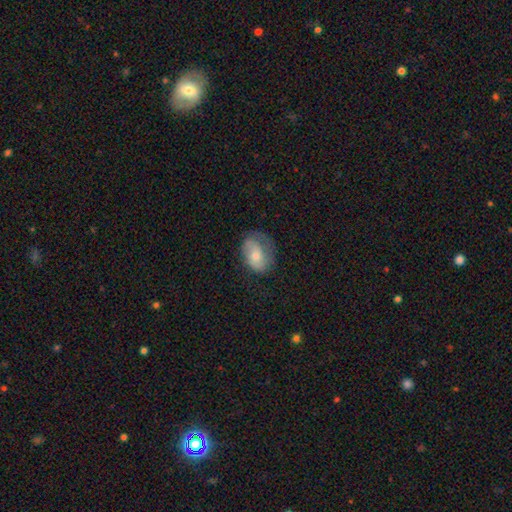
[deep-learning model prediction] Overall: smooth (51%; featured or disk 42%). How rounded: in between (70%). Merging: none (51%; minor disturbance 28%).